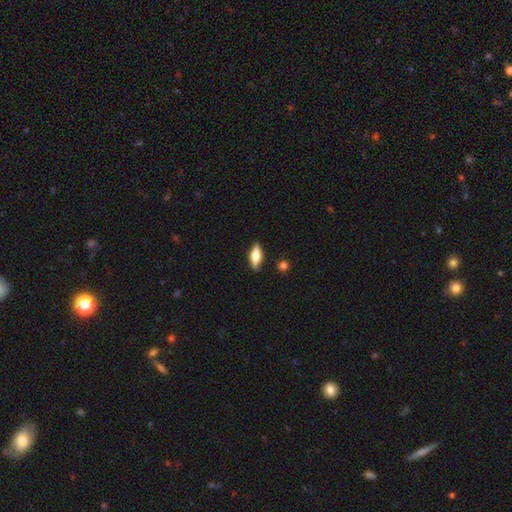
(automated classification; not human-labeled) Overall: smooth (52%; featured or disk 41%). How rounded: in between (65%; cigar-shaped 32%). Merging: none (82%).